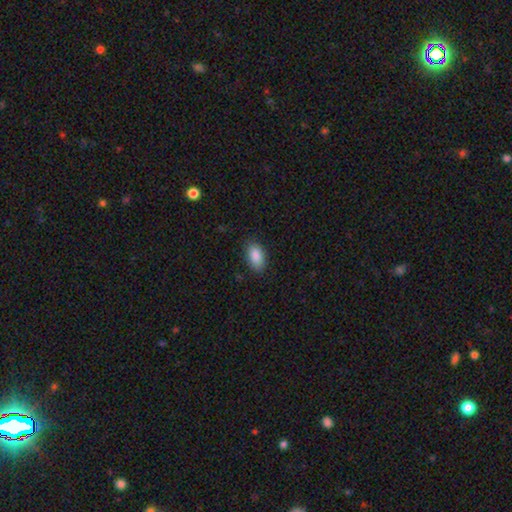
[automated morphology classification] Smooth or featured? smooth (89%)
How rounded? in between (93%)
Merging? none (84%)